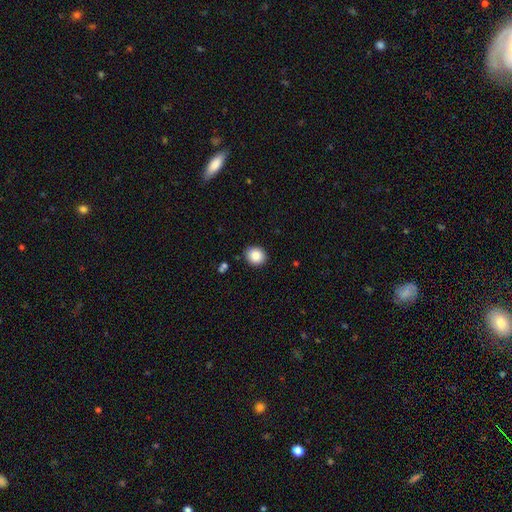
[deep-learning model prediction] A smooth galaxy with no disk features (86%) that is round (82%). Merging: none (90%).